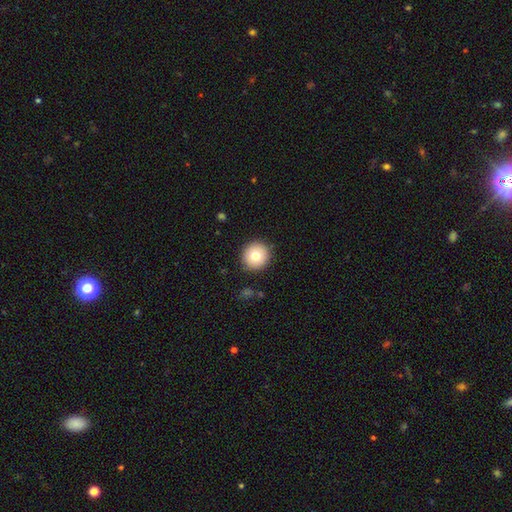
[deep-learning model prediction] smooth-or-featured: smooth: 77% | featured or disk: 13% | star or artifact: 9%
  how-rounded: round: 94% | in between: 5% | cigar-shaped: 1%
  merging: none: 90% | minor disturbance: 7% | major disturbance: 2% | merger: 1%